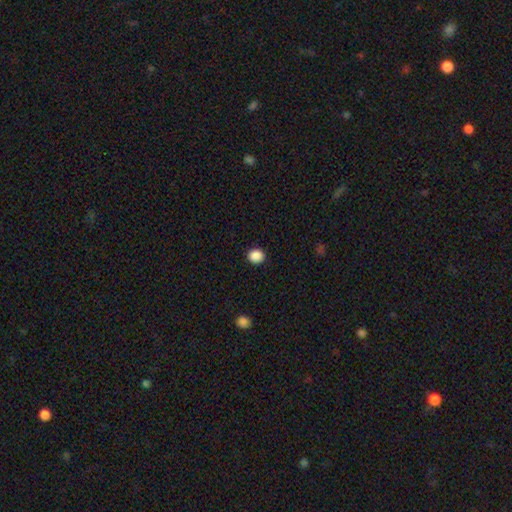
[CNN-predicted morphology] Overall: smooth (89%). How rounded: round (71%). Merging: none (91%).